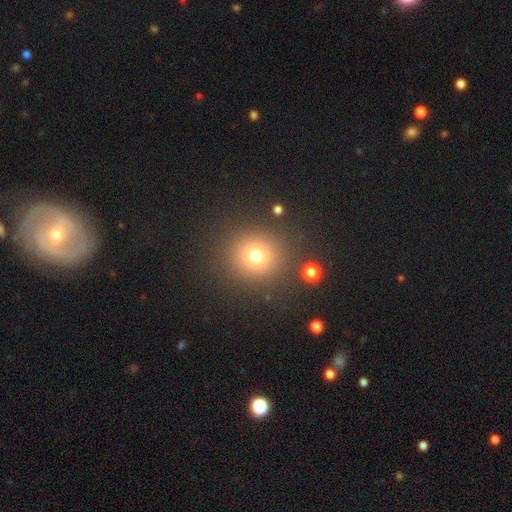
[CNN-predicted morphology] type=smooth (73%); roundness=round (92%); merging=none (88%).